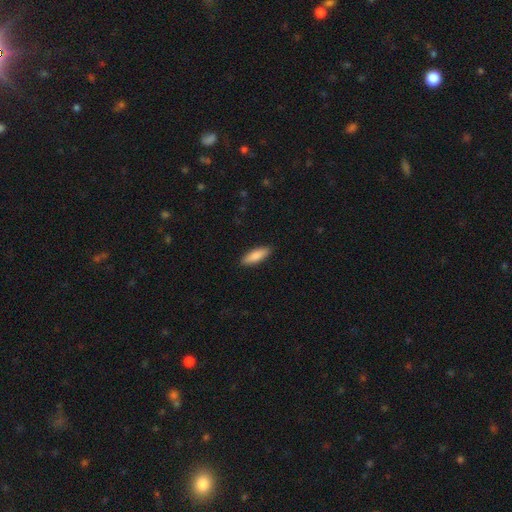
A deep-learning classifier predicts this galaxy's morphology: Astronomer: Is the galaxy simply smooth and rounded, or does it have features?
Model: smooth — 86%.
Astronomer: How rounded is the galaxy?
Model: in between — 58% (runner-up: cigar-shaped, 40%).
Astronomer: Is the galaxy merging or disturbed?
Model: none — 90%.